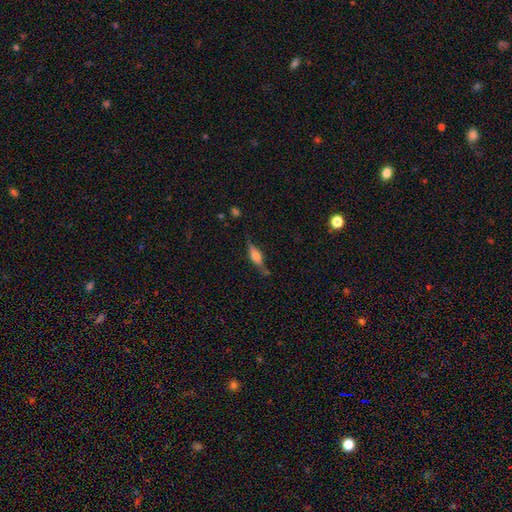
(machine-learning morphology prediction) type=featured or disk (57%); edge-on=yes (94%); edge-on bulge=rounded (76%); merging=none (72%).